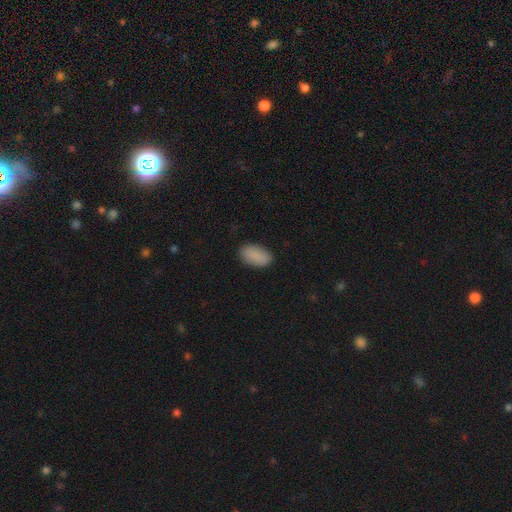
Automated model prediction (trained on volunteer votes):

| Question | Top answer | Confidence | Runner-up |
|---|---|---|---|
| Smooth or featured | smooth | 89% | star or artifact (7%) |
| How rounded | in between | 94% | round (5%) |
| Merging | none | 87% | minor disturbance (10%) |